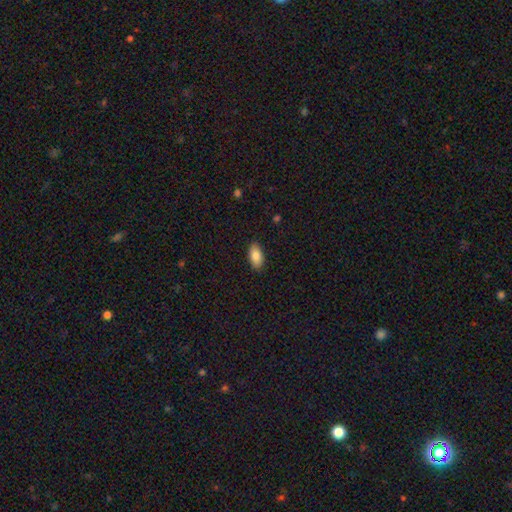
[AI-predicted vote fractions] This appears to be a smooth galaxy with no disk features (85%) that is in between round and cigar-shaped (93%). Merging: none (88%).